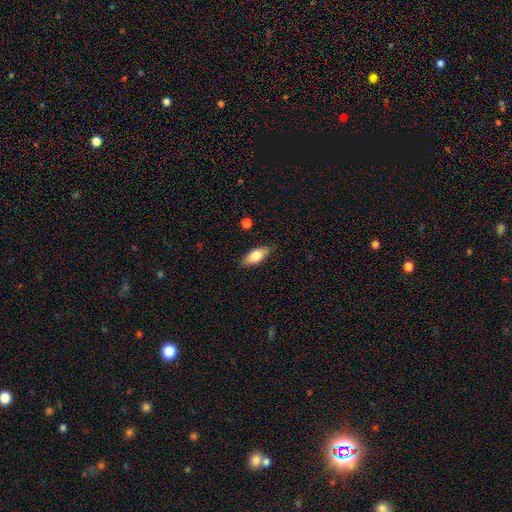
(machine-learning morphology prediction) Smooth or featured? Predicted: smooth (p=0.71). How rounded? Predicted: in between (p=0.76). Merging? Predicted: none (p=0.83).